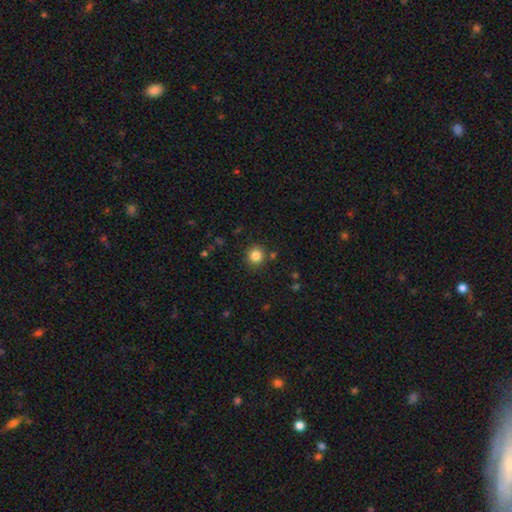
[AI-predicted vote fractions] Smooth or featured: smooth — 83% (star or artifact — 12%)
How rounded: round — 92% (in between — 7%)
Merging: none — 86% (minor disturbance — 7%)